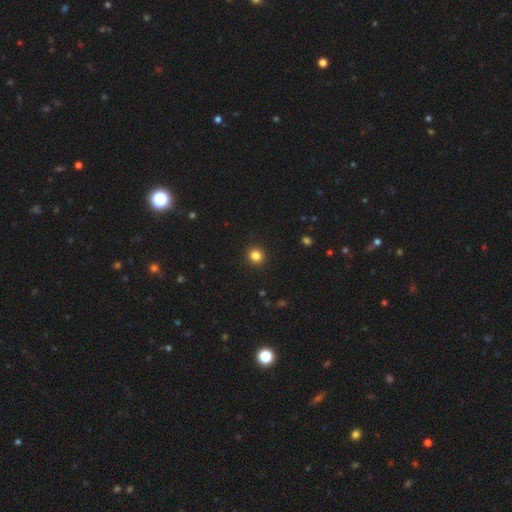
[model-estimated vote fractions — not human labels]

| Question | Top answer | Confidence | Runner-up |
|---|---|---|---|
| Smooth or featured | smooth | 84% | star or artifact (12%) |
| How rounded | round | 89% | in between (10%) |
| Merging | none | 93% | minor disturbance (5%) |